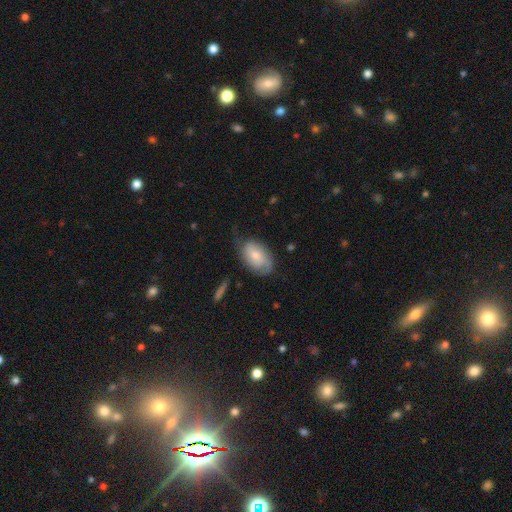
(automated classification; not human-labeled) Smooth or featured? smooth (52%)
How rounded? in between (89%)
Merging? none (53%)